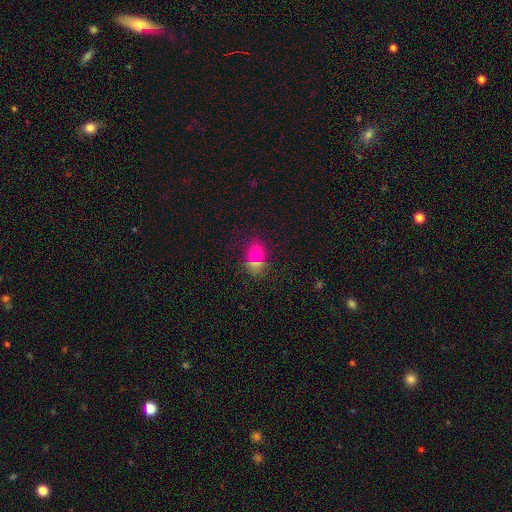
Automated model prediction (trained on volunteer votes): Smooth or featured? smooth (69%)
How rounded? in between (54%)
Merging? none (75%)